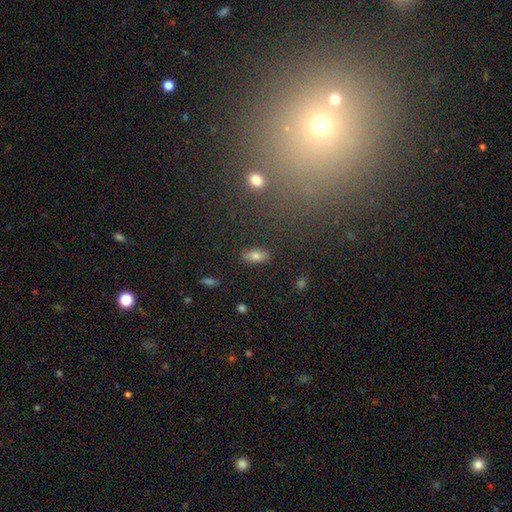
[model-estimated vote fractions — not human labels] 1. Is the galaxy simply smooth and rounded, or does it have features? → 75% smooth, 14% featured or disk, 11% star or artifact.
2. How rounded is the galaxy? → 87% in between, 9% cigar-shaped, 5% round.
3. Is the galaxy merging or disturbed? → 87% none, 8% minor disturbance, 2% major disturbance, 2% merger.